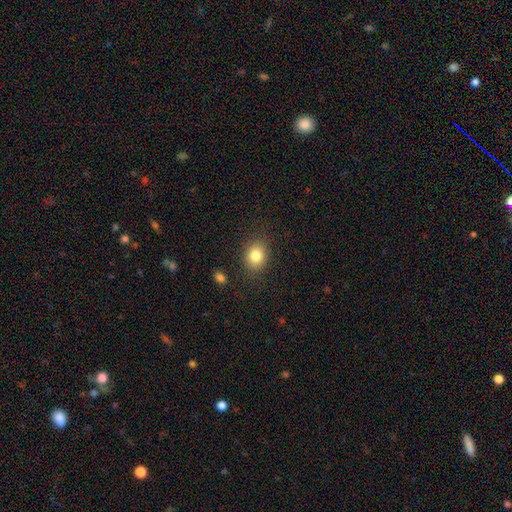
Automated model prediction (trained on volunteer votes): smooth 82%, star or artifact 10%, featured or disk 8%. Down the decision tree: how rounded — round (52%); merging — none (85%).